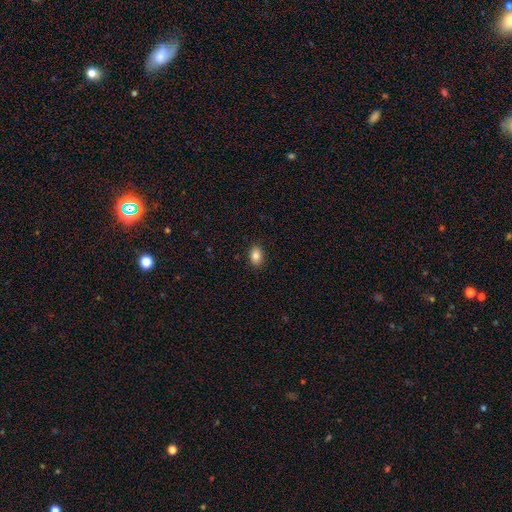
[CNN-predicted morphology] Overall: smooth (85%). How rounded: in between (81%). Merging: none (89%).